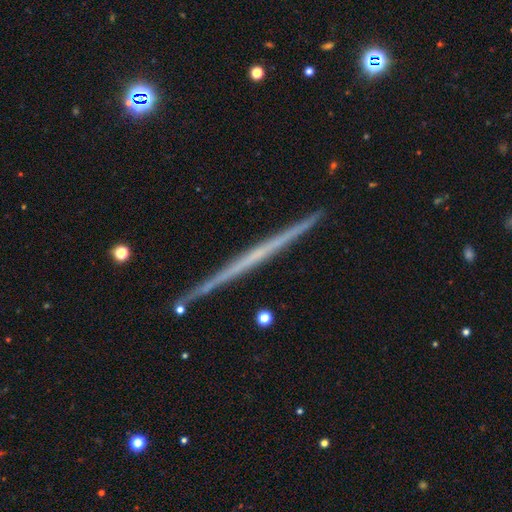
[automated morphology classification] featured or disk 70%, smooth 23%, star or artifact 7%. Down the decision tree: edge-on disk — yes (98%); edge-on bulge — none (88%); merging — none (91%).